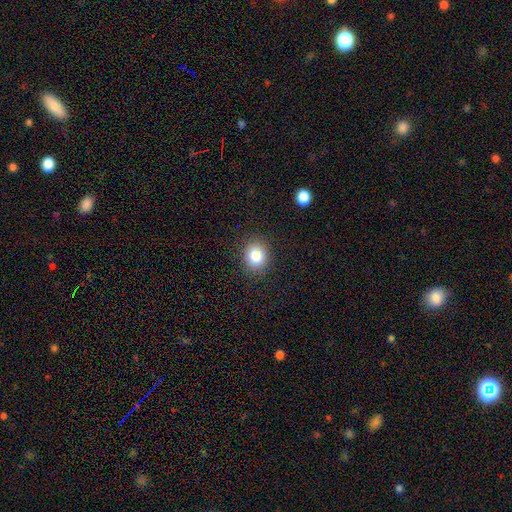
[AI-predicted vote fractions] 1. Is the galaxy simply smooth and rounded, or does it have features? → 81% smooth, 12% star or artifact, 7% featured or disk.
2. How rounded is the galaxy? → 71% round, 29% in between, 1% cigar-shaped.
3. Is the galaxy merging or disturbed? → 88% none, 8% minor disturbance, 3% major disturbance, 1% merger.